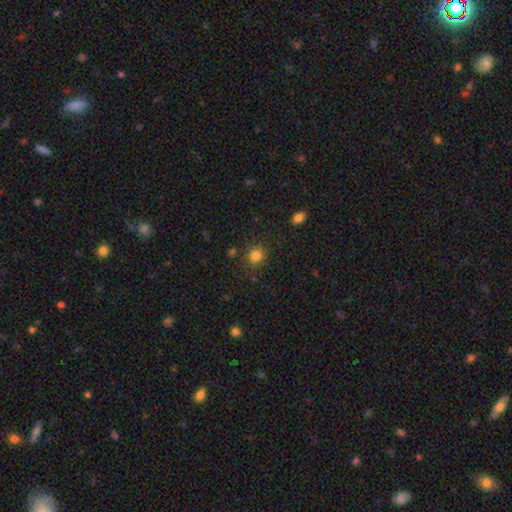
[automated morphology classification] Smooth or featured? Predicted: smooth (p=0.83). How rounded? Predicted: round (p=0.85). Merging? Predicted: none (p=0.84).